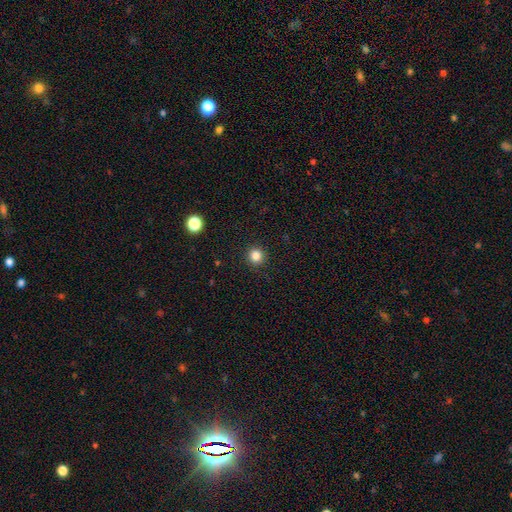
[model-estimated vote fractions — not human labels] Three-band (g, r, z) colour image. It shows a smooth galaxy with no disk features (83%) that is round (94%). Merging: none (93%).